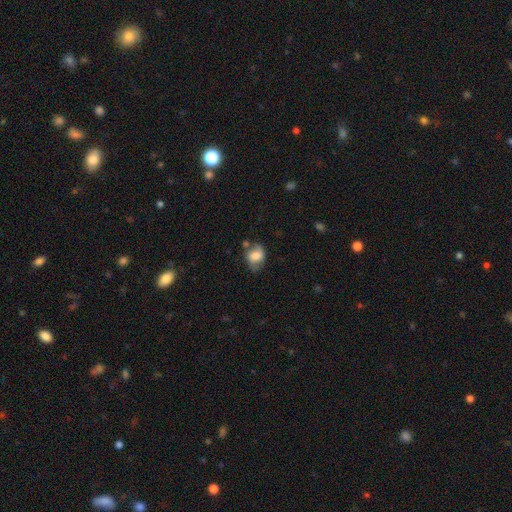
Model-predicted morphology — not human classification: The model was most divided on "merging": none: 50%, minor disturbance: 28%, major disturbance: 13%, merger: 9%. More confident: how rounded — in between (63%); smooth or featured — smooth (62%).